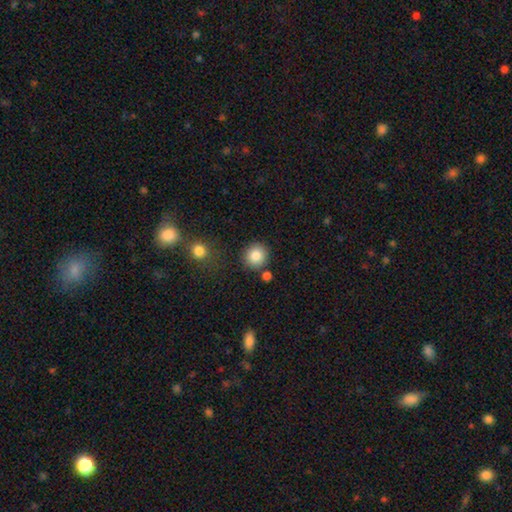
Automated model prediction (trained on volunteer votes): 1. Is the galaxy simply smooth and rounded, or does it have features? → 85% smooth, 9% star or artifact, 6% featured or disk.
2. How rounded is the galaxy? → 92% round, 7% in between, 1% cigar-shaped.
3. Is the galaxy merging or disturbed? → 82% none, 8% minor disturbance, 7% merger, 3% major disturbance.